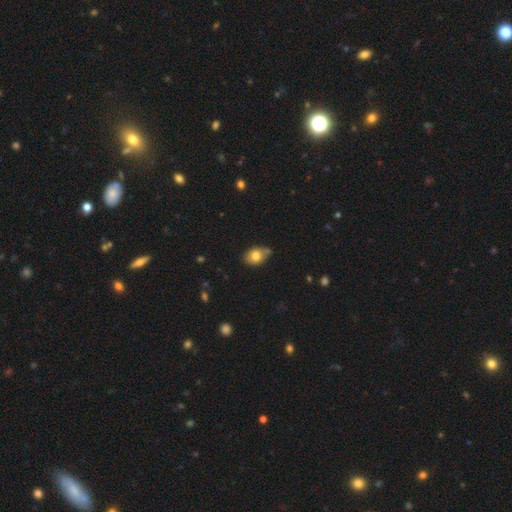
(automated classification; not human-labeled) smooth-or-featured: smooth: 79% | featured or disk: 13% | star or artifact: 9%
  how-rounded: in between: 72% | round: 26% | cigar-shaped: 1%
  merging: none: 64% | minor disturbance: 22% | merger: 10% | major disturbance: 4%